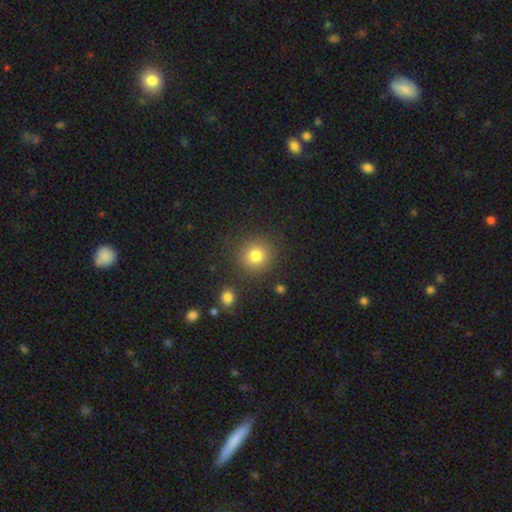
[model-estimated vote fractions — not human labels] smooth 81%, star or artifact 12%, featured or disk 7%. Down the decision tree: how rounded — round (89%); merging — none (86%).